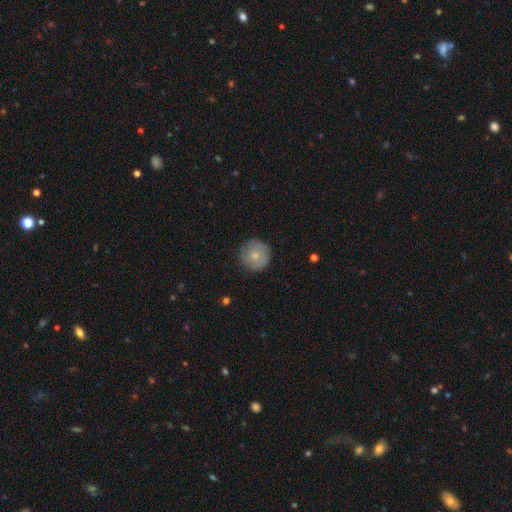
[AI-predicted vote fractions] smooth 70%, featured or disk 23%, star or artifact 7%. Down the decision tree: how rounded — round (96%); merging — none (85%).